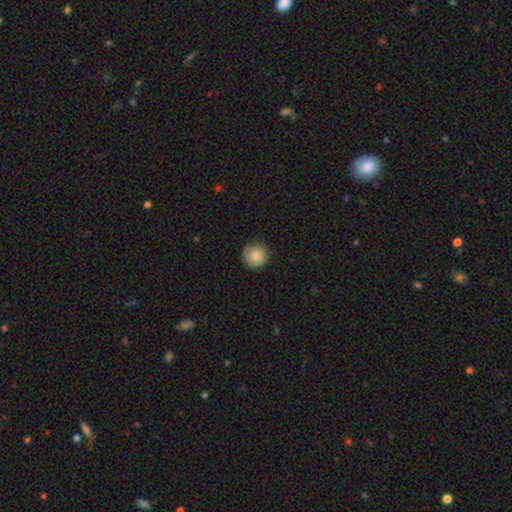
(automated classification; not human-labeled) Smooth or featured: smooth — 87% (star or artifact — 8%)
How rounded: round — 96% (in between — 3%)
Merging: none — 88% (minor disturbance — 9%)